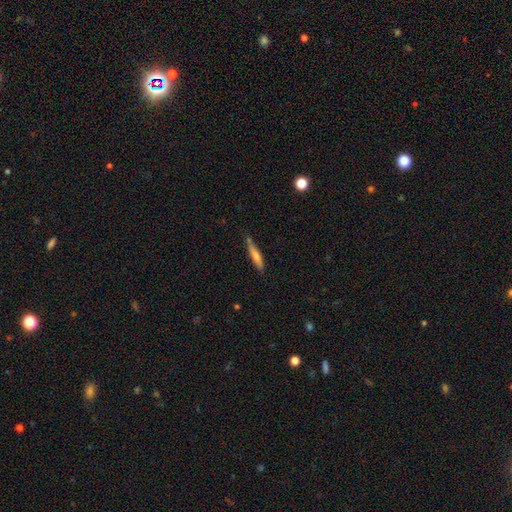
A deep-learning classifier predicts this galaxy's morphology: type=smooth (48%); merging=none (78%).